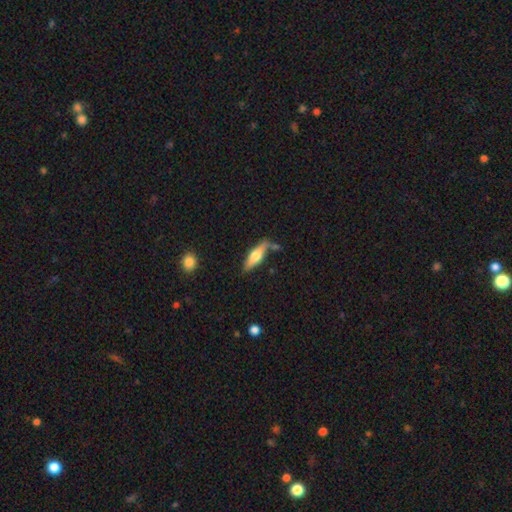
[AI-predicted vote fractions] This is possibly a smooth galaxy (51%). How rounded: possibly cigar-shaped (60%). Merging: likely none (66%).